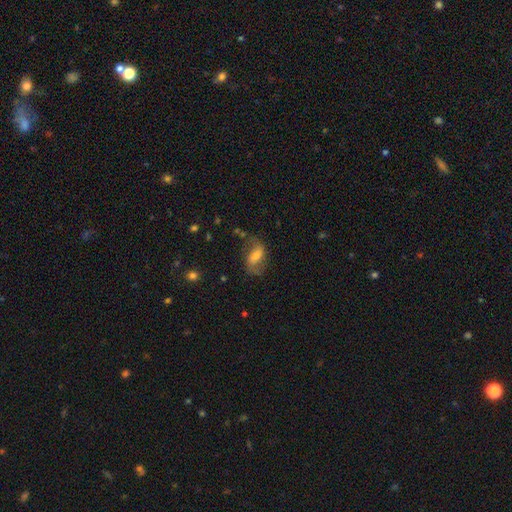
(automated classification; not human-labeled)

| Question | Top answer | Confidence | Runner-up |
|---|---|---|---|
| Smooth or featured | featured or disk | 58% | smooth (32%) |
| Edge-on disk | no | 94% | yes (6%) |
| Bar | weak | 44% | strong (31%) |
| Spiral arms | yes | 85% | no (15%) |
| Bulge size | moderate | 43% | small (33%) |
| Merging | none | 63% | minor disturbance (21%) |